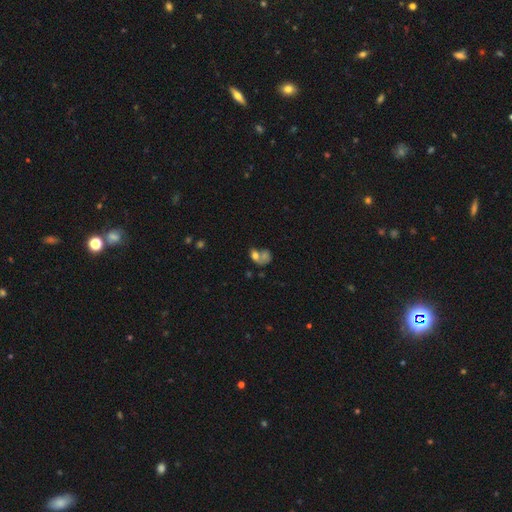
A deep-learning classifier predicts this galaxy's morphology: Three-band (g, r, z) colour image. It shows a smooth galaxy with no disk features (62%) that is in between round and cigar-shaped (67%). Merging: merger (58%).